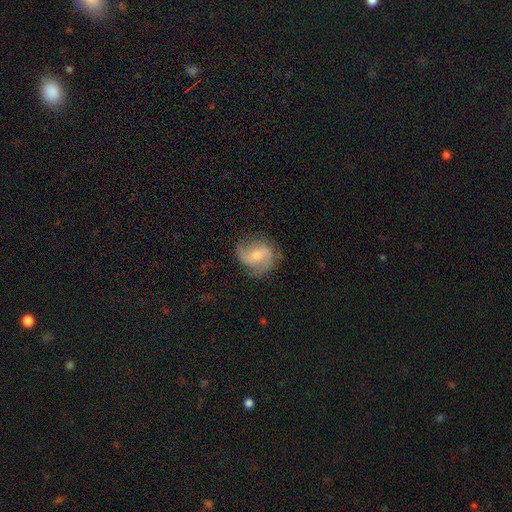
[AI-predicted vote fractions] The model was most divided on "spiral winding": medium: 42%, loose: 41%, tight: 17%. Remaining: edge-on disk — no (97%); spiral arms — yes (93%); spiral arm count — 2 (80%); smooth or featured — featured or disk (73%); merging — none (71%); bulge size — moderate (51%); bar — weak (46%).